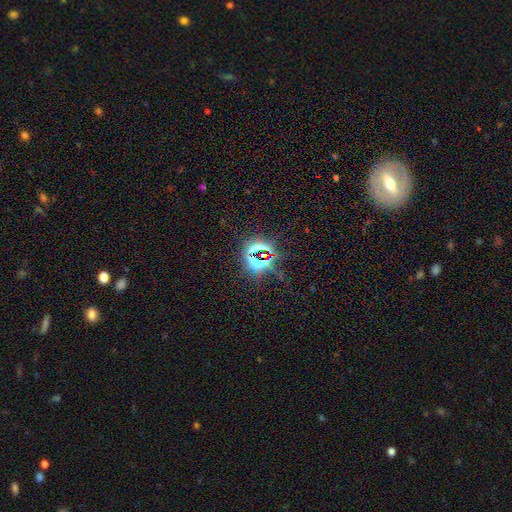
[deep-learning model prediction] A star or artifact, not a galaxy (78%).